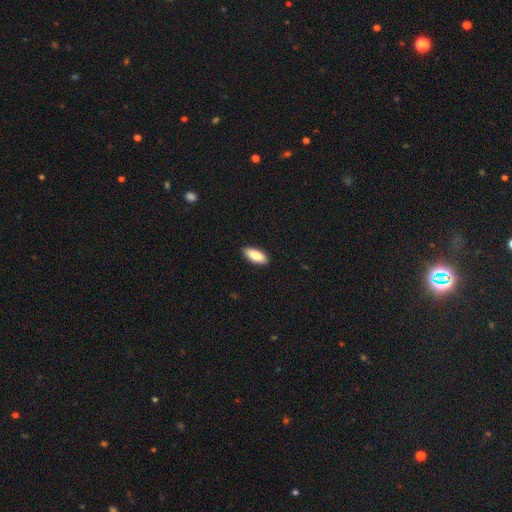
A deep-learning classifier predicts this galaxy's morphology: Smooth or featured? Predicted: smooth (p=0.88). How rounded? Predicted: in between (p=0.80). Merging? Predicted: none (p=0.89).